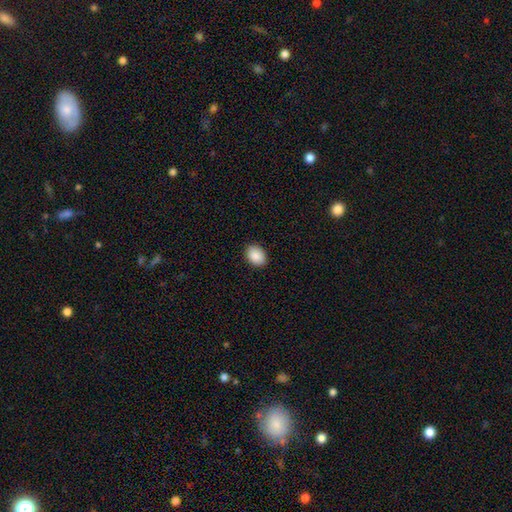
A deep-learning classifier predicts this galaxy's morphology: A smooth galaxy with no disk features (90%) that is in between round and cigar-shaped (70%). Merging: none (90%).